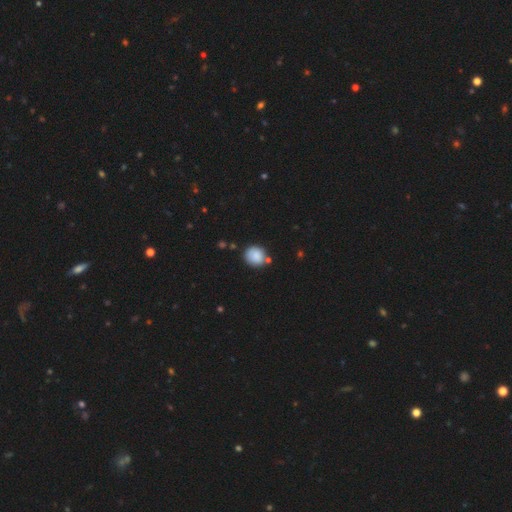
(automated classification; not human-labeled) Overall: smooth (86%). How rounded: round (81%). Merging: none (74%).